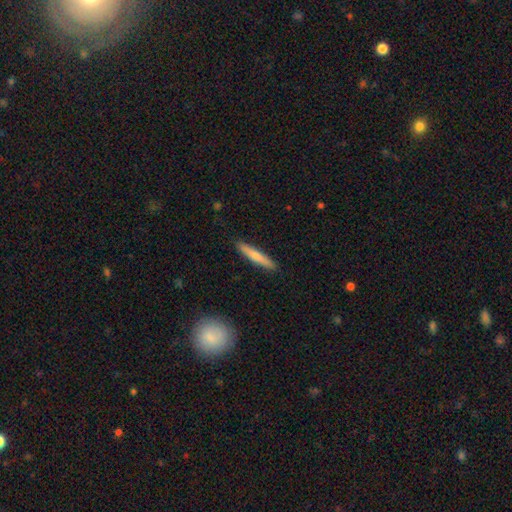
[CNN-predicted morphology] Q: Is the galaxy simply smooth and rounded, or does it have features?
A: smooth — 72%.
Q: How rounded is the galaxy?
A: cigar-shaped — 93%.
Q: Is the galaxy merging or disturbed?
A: none — 91%.